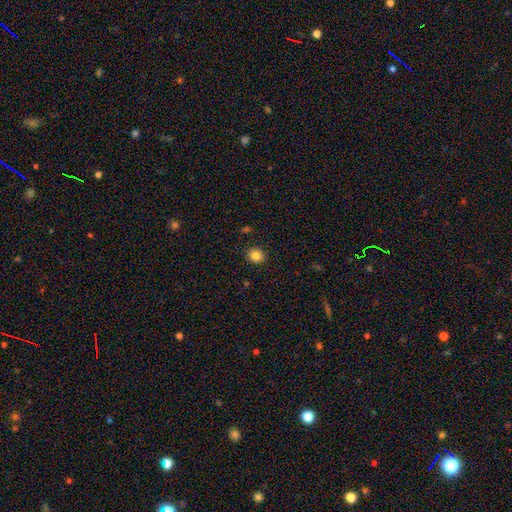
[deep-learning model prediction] smooth_or_featured: smooth (p=0.83) [alt: star or artifact p=0.11]
how_rounded: round (p=0.84) [alt: in between p=0.15]
merging: none (p=0.91) [alt: minor disturbance p=0.06]